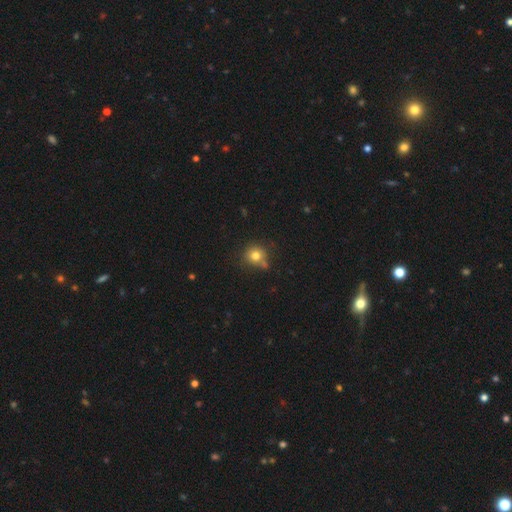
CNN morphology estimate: The model was most divided on "merging": none: 67%, minor disturbance: 17%, merger: 11%, major disturbance: 5%. More confident: how rounded — round (87%); smooth or featured — smooth (78%).